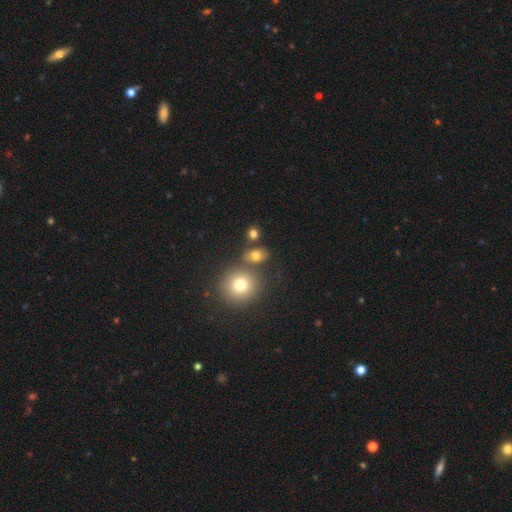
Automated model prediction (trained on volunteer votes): Smooth or featured?
  - smooth: 74% *
  - star or artifact: 14%
  - featured or disk: 12%
How rounded?
  - round: 55% *
  - in between: 43%
  - cigar-shaped: 2%
Merging?
  - none: 68% *
  - merger: 16%
  - minor disturbance: 11%
  - major disturbance: 4%